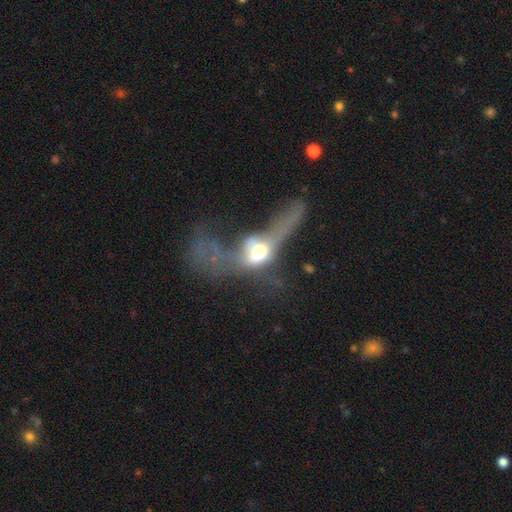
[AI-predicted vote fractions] The model was most divided on "edge-on disk": yes: 55%, no: 45%. More confident: smooth or featured — featured or disk (58%); merging — major disturbance (52%).